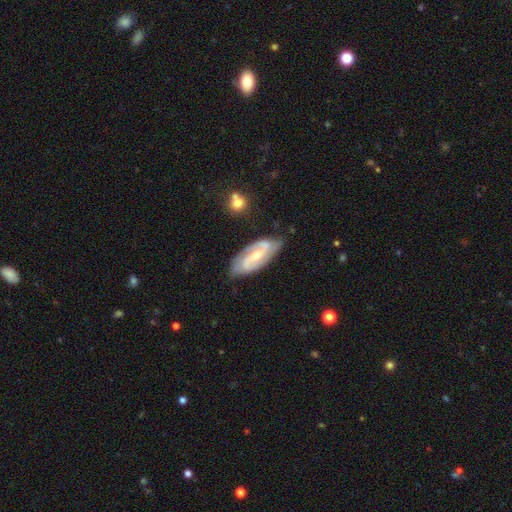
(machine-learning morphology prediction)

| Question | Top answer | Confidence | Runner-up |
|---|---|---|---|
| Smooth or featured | featured or disk | 83% | smooth (12%) |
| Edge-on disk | no | 94% | yes (6%) |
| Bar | weak | 46% | strong (29%) |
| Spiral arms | yes | 95% | no (5%) |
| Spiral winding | medium | 48% | tight (35%) |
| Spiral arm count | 2 | 88% | can't tell (6%) |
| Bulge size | small | 56% | moderate (37%) |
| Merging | none | 78% | minor disturbance (16%) |